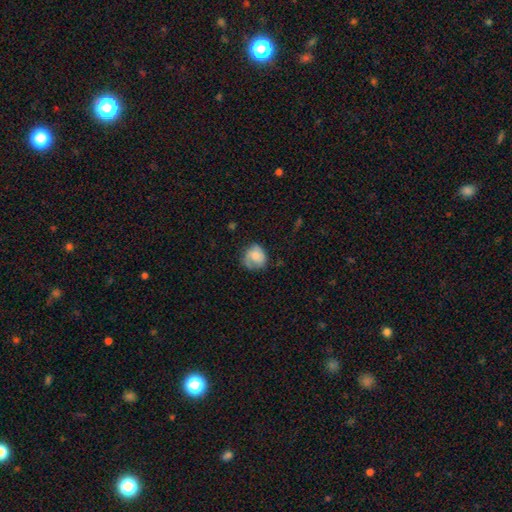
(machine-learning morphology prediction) type=smooth (67%); roundness=round (73%); merging=none (53%).